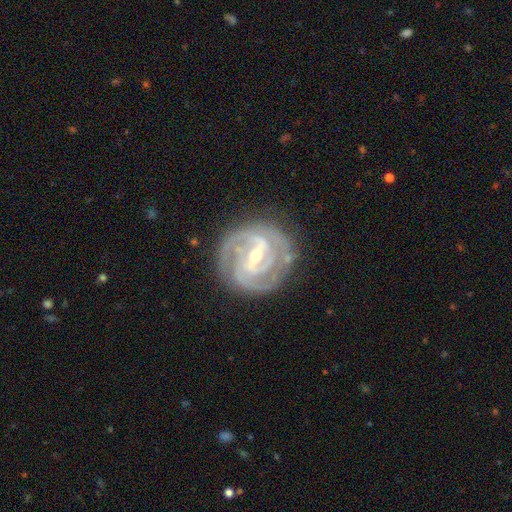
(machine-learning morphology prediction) A featured or disk galaxy (91%) with a strong bar (47%), 2 (36%, tied with 3) tight (65%) spiral arms (98%) and a small central bulge (55%).

Vote fractions:
- Smooth or featured? featured or disk: 91% / star or artifact: 5% / smooth: 5%
- Edge-on disk? no: 97% / yes: 3%
- Bar? strong: 47% / weak: 42% / no: 11%
- Spiral arms? yes: 98% / no: 2%
- Spiral winding? tight: 65% / medium: 31% / loose: 4%
- Spiral arm count? 2: 36% (tied) / 3: 36% (tied) / can't tell: 11% / 4: 9% / 1: 4% / more than 4: 4%
- Bulge size? small: 55% / moderate: 42% / large: 1% / none: 1% / dominant: 1%
- Merging? none: 79% / minor disturbance: 14% / major disturbance: 5% / merger: 1%